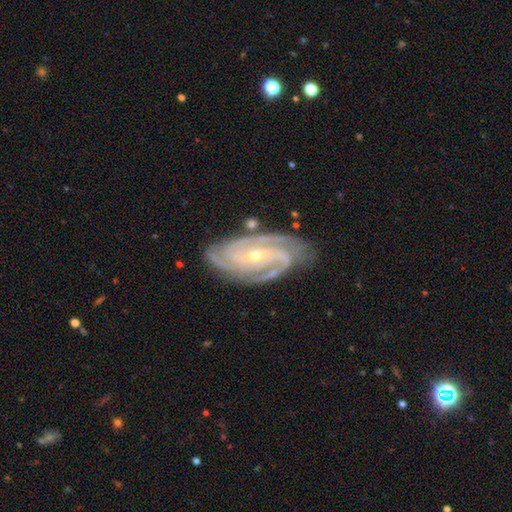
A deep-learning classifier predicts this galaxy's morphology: Smooth or featured?
  - featured or disk: 92% *
  - star or artifact: 5%
  - smooth: 3%
Edge-on disk?
  - no: 96% *
  - yes: 4%
Bar?
  - no: 40% *
  - weak: 36%
  - strong: 24%
Spiral arms?
  - yes: 99% *
  - no: 1%
Spiral winding?
  - tight: 66% *
  - medium: 31%
  - loose: 4%
Spiral arm count?
  - 3: 43% *
  - 4: 30%
  - 2: 11%
  - can't tell: 7%
  - more than 4: 5%
  - 1: 4%
Bulge size?
  - small: 71% *
  - moderate: 27%
  - large: 1%
  - none: 1%
  - dominant: 1%
Merging?
  - none: 78% *
  - minor disturbance: 16%
  - major disturbance: 4%
  - merger: 2%